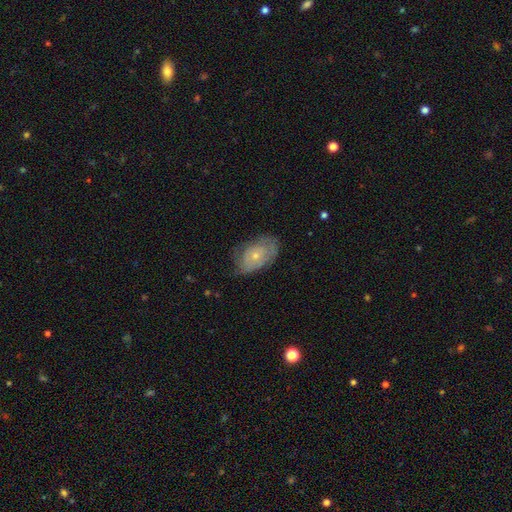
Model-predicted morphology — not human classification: type=featured or disk (50%); merging=none (60%).